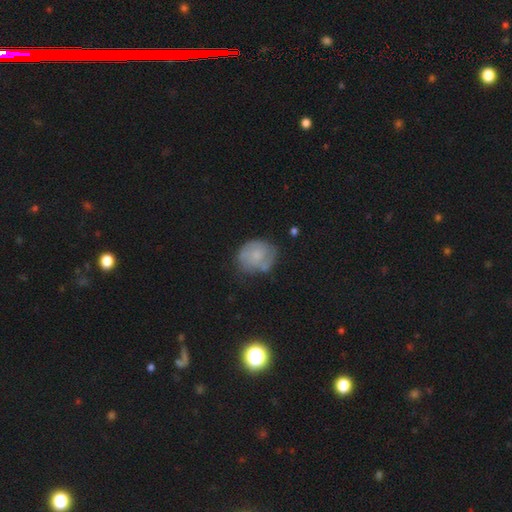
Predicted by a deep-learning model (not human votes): Smooth or featured?
  - smooth: 53% *
  - featured or disk: 38%
  - star or artifact: 8%
How rounded?
  - round: 67% *
  - in between: 32%
  - cigar-shaped: 1%
Merging?
  - none: 56% *
  - minor disturbance: 29%
  - major disturbance: 10%
  - merger: 5%